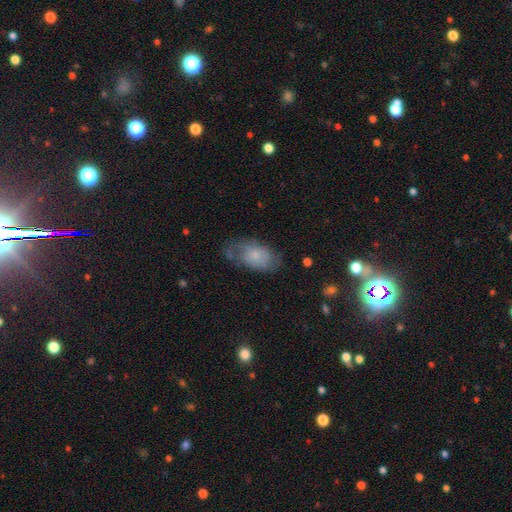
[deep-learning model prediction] Morphology: type=smooth (60%); roundness=in between (92%); merging=none (50%).